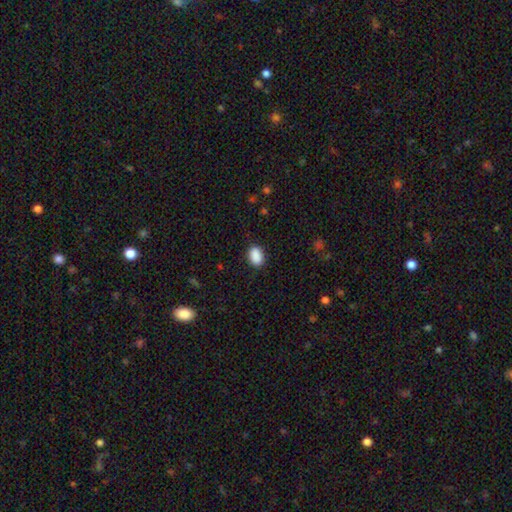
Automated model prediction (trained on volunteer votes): A smooth galaxy with no disk features (90%) that is in between round and cigar-shaped (84%). Merging: none (87%).